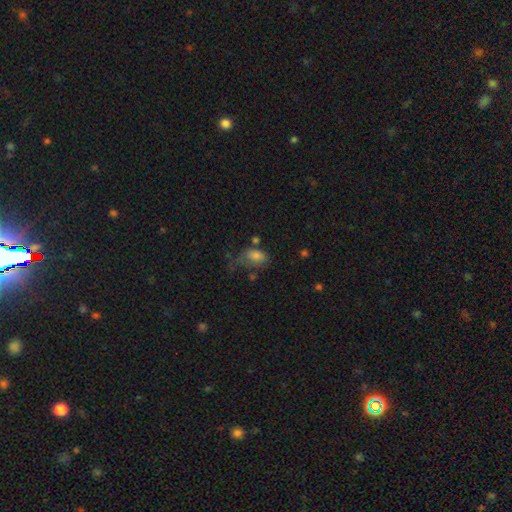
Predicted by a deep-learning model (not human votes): smooth_or_featured: smooth (p=0.76) [alt: featured or disk p=0.13]
how_rounded: in between (p=0.88) [alt: round p=0.09]
merging: none (p=0.37) [alt: minor disturbance p=0.28]